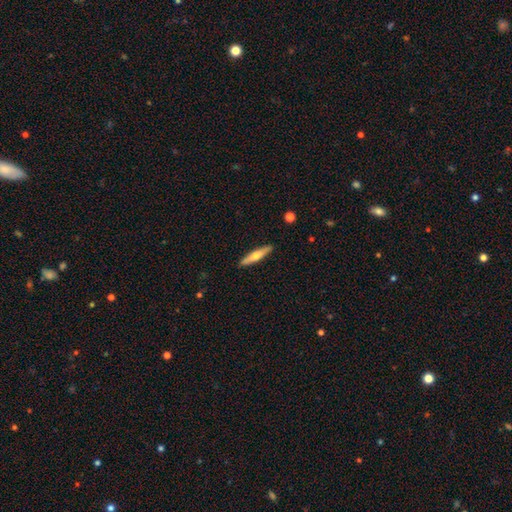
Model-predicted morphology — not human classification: A smooth galaxy with no disk features (51%) that is cigar-shaped (86%). Merging: none (90%).